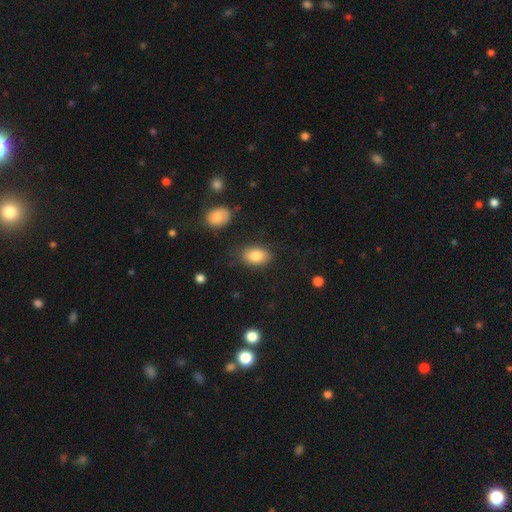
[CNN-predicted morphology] Q: Smooth or featured?
A: smooth (85%); runner-up: featured or disk (8%)
Q: How rounded?
A: in between (88%); runner-up: round (10%)
Q: Merging?
A: none (80%); runner-up: minor disturbance (14%)